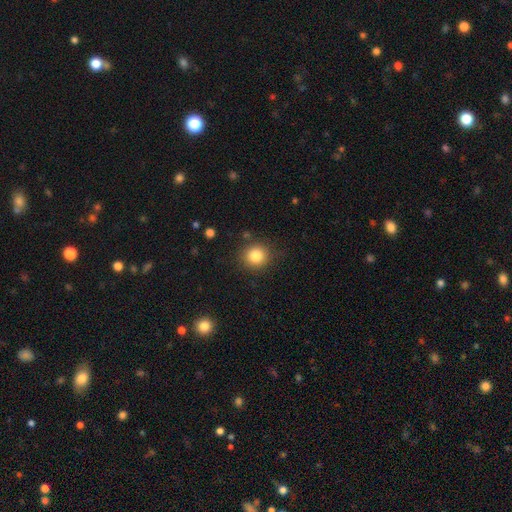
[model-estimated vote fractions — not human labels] Smooth or featured?
  - smooth: 84% *
  - star or artifact: 10%
  - featured or disk: 6%
How rounded?
  - round: 88% *
  - in between: 11%
  - cigar-shaped: 1%
Merging?
  - none: 86% *
  - minor disturbance: 9%
  - major disturbance: 3%
  - merger: 2%